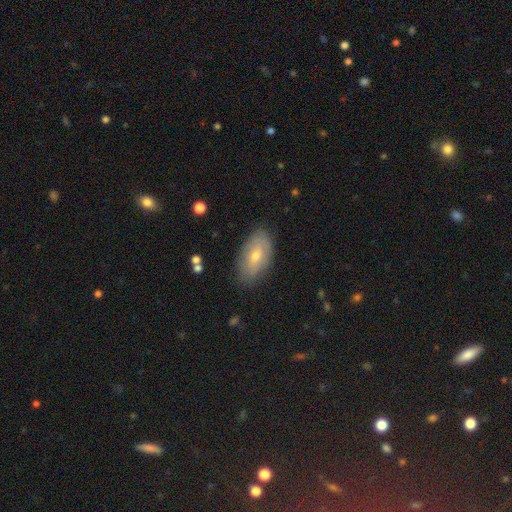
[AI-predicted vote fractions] smooth 56%, featured or disk 36%, star or artifact 8%. Down the decision tree: how rounded — in between (92%); merging — none (83%).